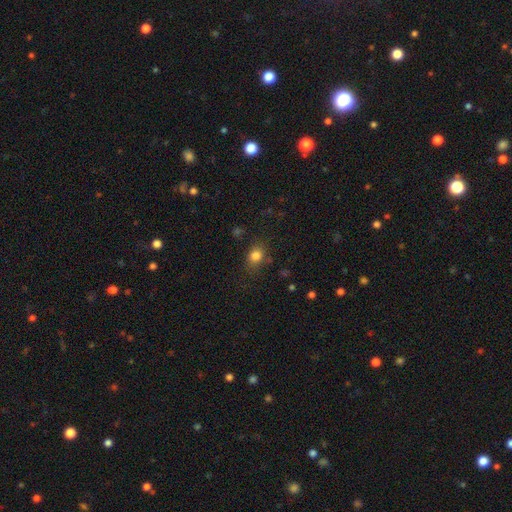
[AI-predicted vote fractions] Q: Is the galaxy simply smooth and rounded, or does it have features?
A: smooth — 82%.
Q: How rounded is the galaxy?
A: round — 50%.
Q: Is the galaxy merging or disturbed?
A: none — 75%.